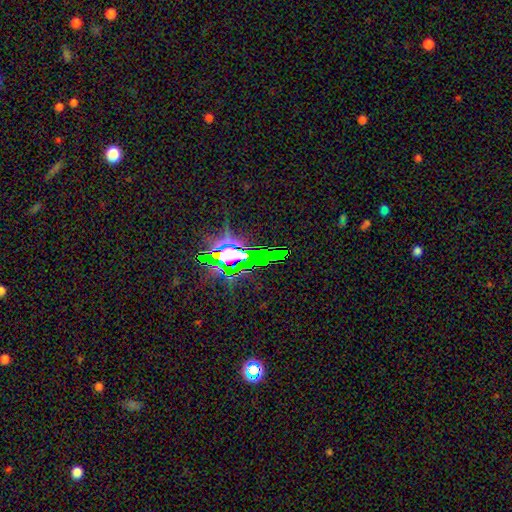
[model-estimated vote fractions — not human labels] Smooth or featured: star or artifact — 78% (smooth — 11%)